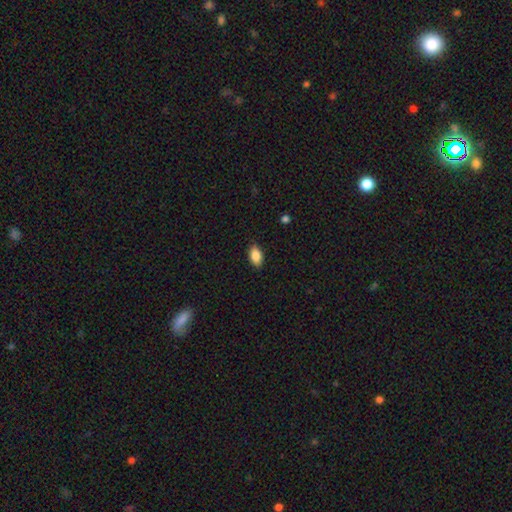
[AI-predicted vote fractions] A smooth galaxy with no disk features (86%) that is in between round and cigar-shaped (91%).

Vote fractions:
- Smooth or featured? smooth: 86% / star or artifact: 8% / featured or disk: 6%
- How rounded? in between: 91% / round: 6% / cigar-shaped: 3%
- Merging? none: 86% / minor disturbance: 11% / major disturbance: 2% / merger: 1%